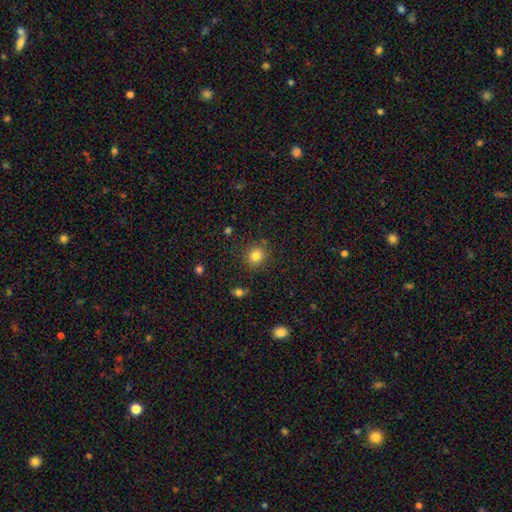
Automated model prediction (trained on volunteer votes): Smooth or featured: smooth — 82% (star or artifact — 12%)
How rounded: round — 86% (in between — 14%)
Merging: none — 85% (minor disturbance — 9%)